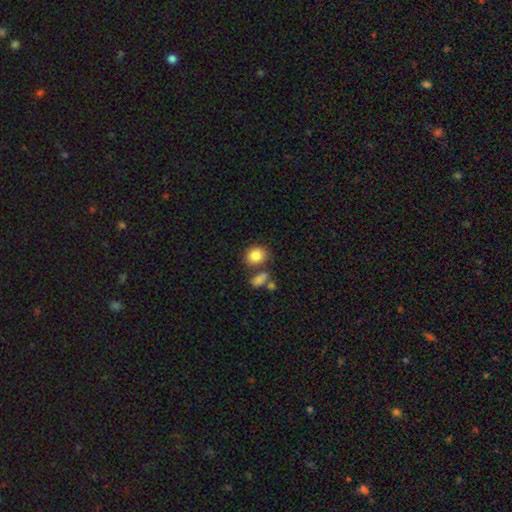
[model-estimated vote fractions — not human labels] smooth-or-featured: smooth: 84% | star or artifact: 9% | featured or disk: 7%
  how-rounded: round: 57% | in between: 42% | cigar-shaped: 1%
  merging: none: 63% | merger: 17% | minor disturbance: 14% | major disturbance: 5%